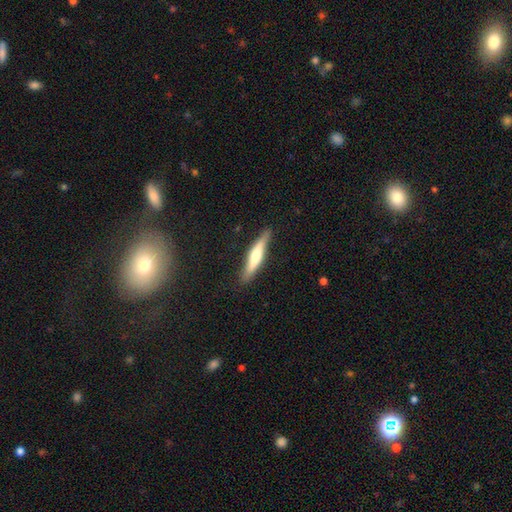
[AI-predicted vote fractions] smooth-or-featured: smooth: 50% | featured or disk: 45% | star or artifact: 5%
  how-rounded: cigar-shaped: 88% | in between: 10% | round: 1%
  merging: none: 85% | minor disturbance: 12% | major disturbance: 2% | merger: 1%